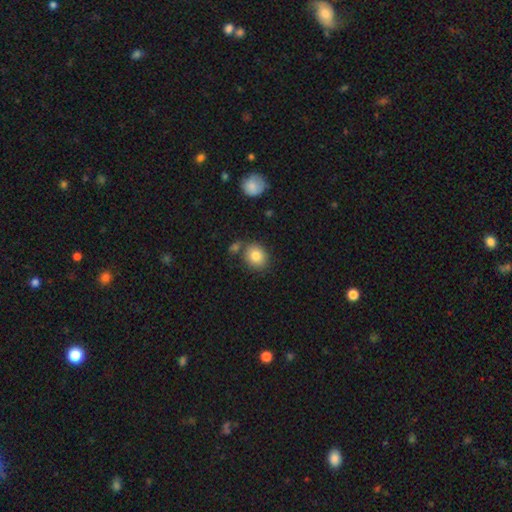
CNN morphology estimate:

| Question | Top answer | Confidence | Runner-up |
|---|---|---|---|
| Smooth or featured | smooth | 83% | star or artifact (9%) |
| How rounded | round | 67% | in between (32%) |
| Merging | none | 71% | merger (13%) |